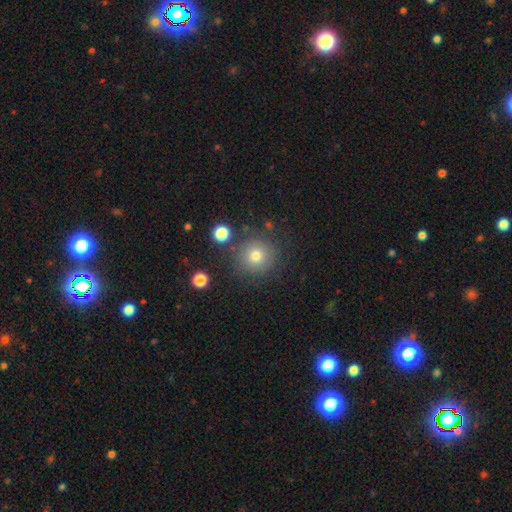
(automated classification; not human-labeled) smooth-or-featured: smooth: 75% | star or artifact: 13% | featured or disk: 11%
  how-rounded: round: 94% | in between: 5% | cigar-shaped: 1%
  merging: none: 83% | minor disturbance: 9% | major disturbance: 4% | merger: 4%